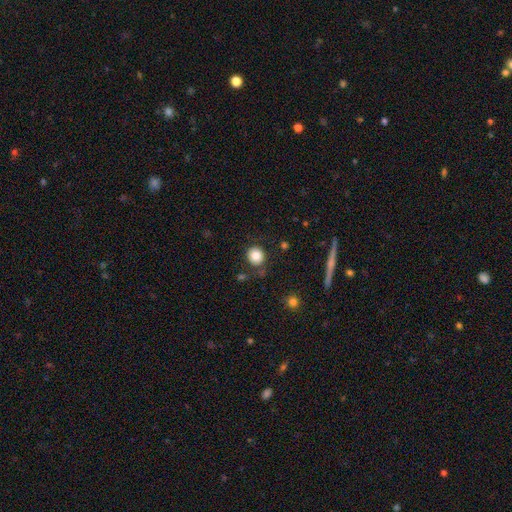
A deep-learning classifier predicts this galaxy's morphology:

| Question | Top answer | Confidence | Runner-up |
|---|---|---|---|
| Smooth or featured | smooth | 83% | star or artifact (10%) |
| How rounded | round | 87% | in between (12%) |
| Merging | none | 84% | minor disturbance (9%) |